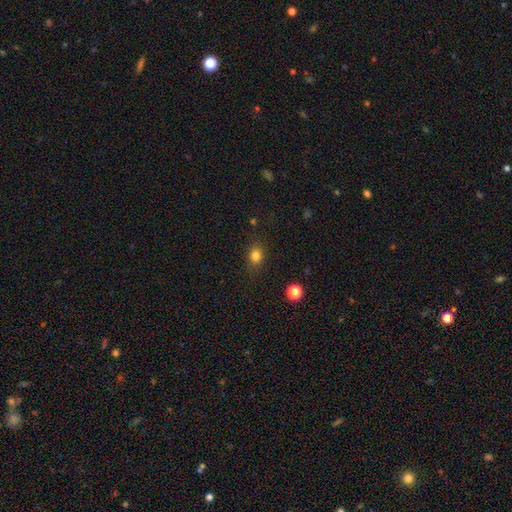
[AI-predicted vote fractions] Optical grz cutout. It shows a smooth galaxy with no disk features (81%) that is round (59%). Merging: none (82%).